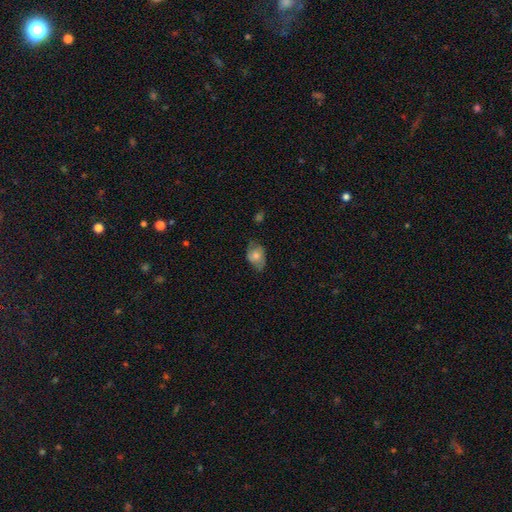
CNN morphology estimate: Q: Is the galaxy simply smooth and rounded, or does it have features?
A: smooth — 53%.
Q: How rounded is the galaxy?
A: in between — 75%.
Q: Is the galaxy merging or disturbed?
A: none — 60%.